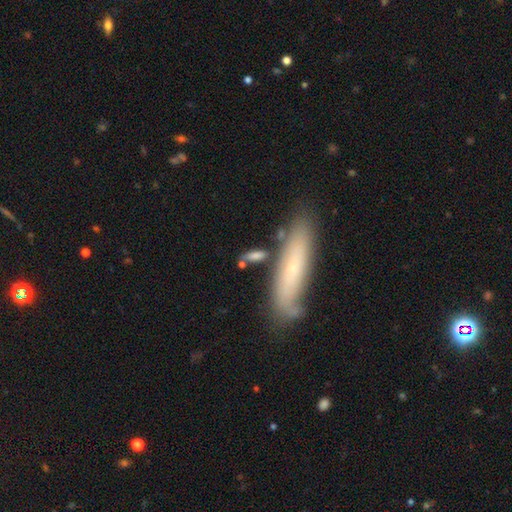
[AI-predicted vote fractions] Smooth or featured? Predicted: smooth (p=0.69). How rounded? Predicted: cigar-shaped (p=0.48, tied with in between). Merging? Predicted: none (p=0.66).